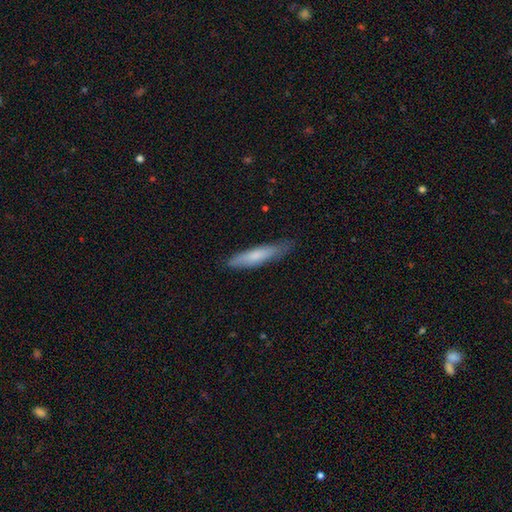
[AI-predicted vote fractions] Smooth or featured? Predicted: smooth (p=0.73). How rounded? Predicted: cigar-shaped (p=0.82). Merging? Predicted: none (p=0.77).